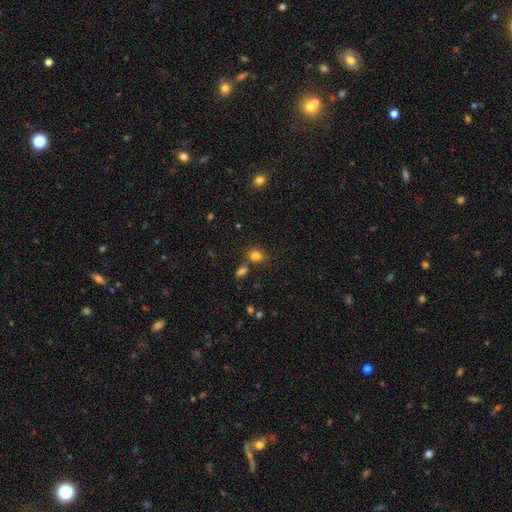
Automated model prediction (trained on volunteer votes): A smooth galaxy with no disk features (81%) that is in between round and cigar-shaped (55%). Merging: none (69%).